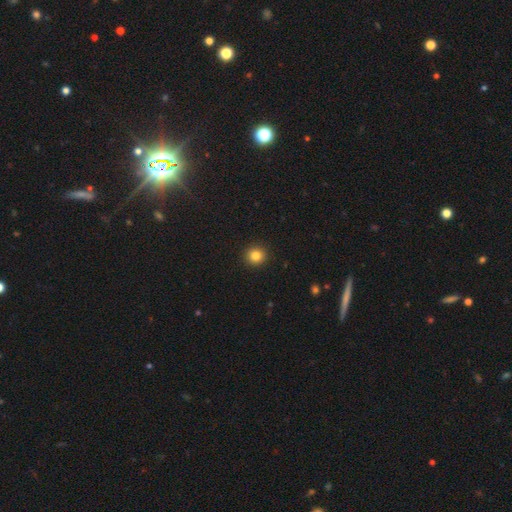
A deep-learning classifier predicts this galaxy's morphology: Overall: smooth (83%). How rounded: round (93%). Merging: none (93%).